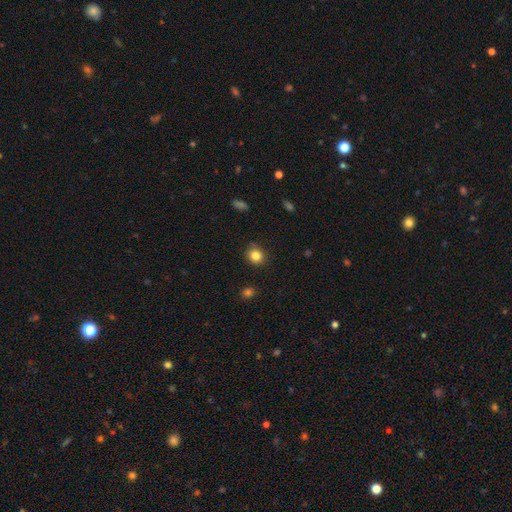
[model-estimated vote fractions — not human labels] Morphology: type=smooth (83%); roundness=round (81%); merging=none (84%).